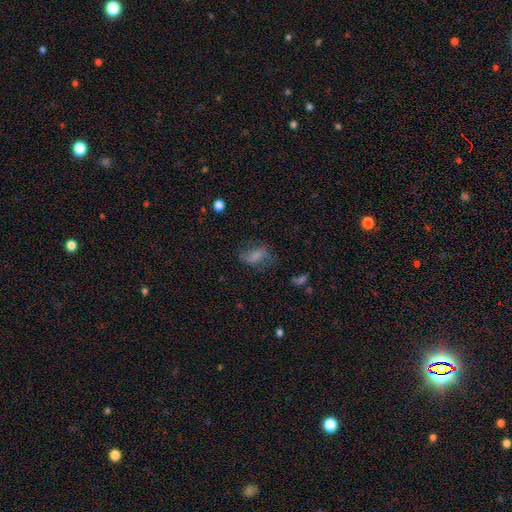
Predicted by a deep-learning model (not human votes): Smooth or featured? smooth (61%)
How rounded? in between (82%)
Merging? none (51%)